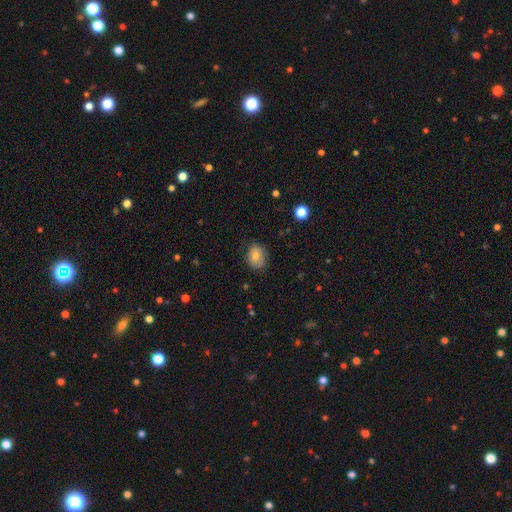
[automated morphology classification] Smooth or featured?
  - smooth: 78% *
  - featured or disk: 13%
  - star or artifact: 9%
How rounded?
  - in between: 57% *
  - round: 42%
  - cigar-shaped: 1%
Merging?
  - none: 74% *
  - minor disturbance: 20%
  - major disturbance: 4%
  - merger: 1%